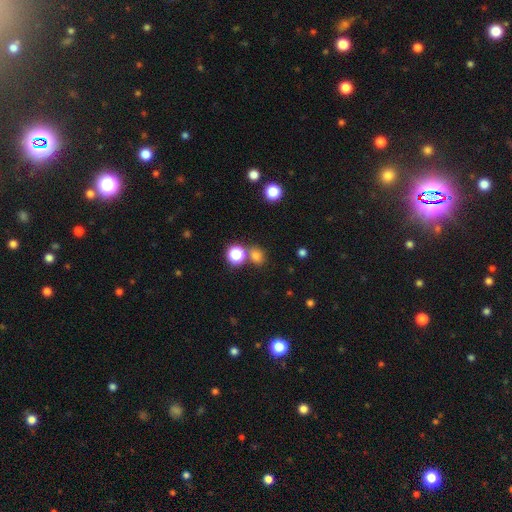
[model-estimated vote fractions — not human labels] smooth-or-featured: smooth: 75% | star or artifact: 20% | featured or disk: 6%
  how-rounded: round: 72% | in between: 27% | cigar-shaped: 1%
  merging: none: 69% | merger: 18% | minor disturbance: 9% | major disturbance: 4%